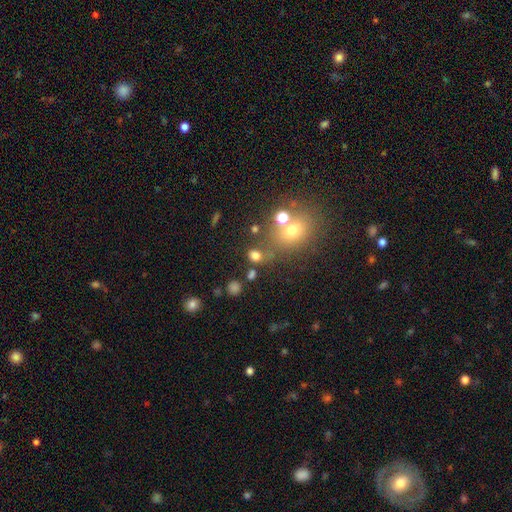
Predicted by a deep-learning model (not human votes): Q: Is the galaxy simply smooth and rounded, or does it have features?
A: smooth — 71%.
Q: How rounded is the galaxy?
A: round — 59%.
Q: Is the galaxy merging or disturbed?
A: none — 61%.